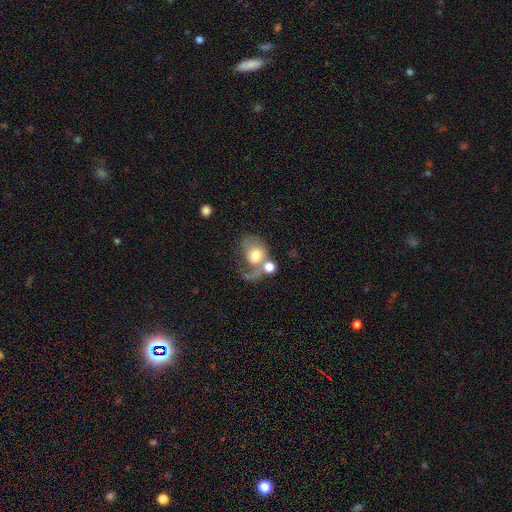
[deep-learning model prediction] Smooth or featured? Predicted: featured or disk (p=0.51). Edge-on disk? Predicted: no (p=0.97). Merging? Predicted: merger (p=0.36).